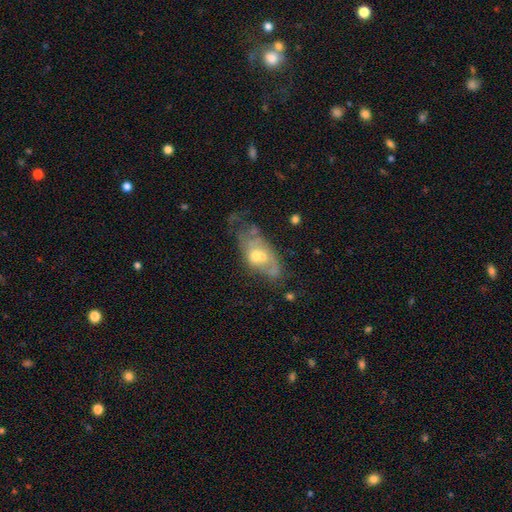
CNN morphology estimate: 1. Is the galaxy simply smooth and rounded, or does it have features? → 62% featured or disk, 30% smooth, 8% star or artifact.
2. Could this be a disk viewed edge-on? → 92% no, 8% yes.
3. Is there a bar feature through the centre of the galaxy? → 71% no, 25% weak, 4% strong.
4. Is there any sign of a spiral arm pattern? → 51% no, 49% yes.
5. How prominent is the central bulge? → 58% moderate, 31% small, 6% large, 4% none, 1% dominant.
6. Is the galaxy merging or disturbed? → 30% none, 26% major disturbance, 23% minor disturbance, 21% merger.